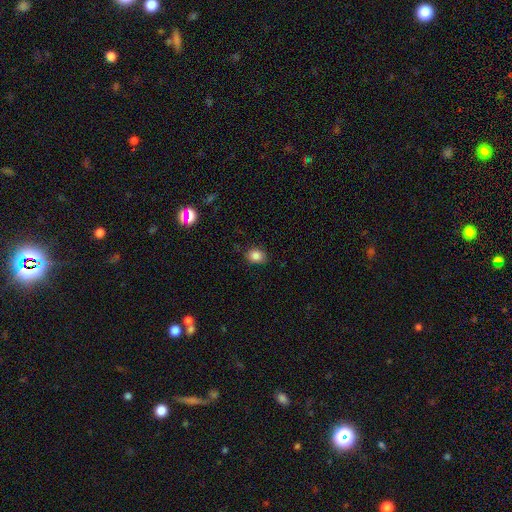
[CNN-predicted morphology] A smooth galaxy with no disk features (85%) that is round (56%). Merging: none (82%).